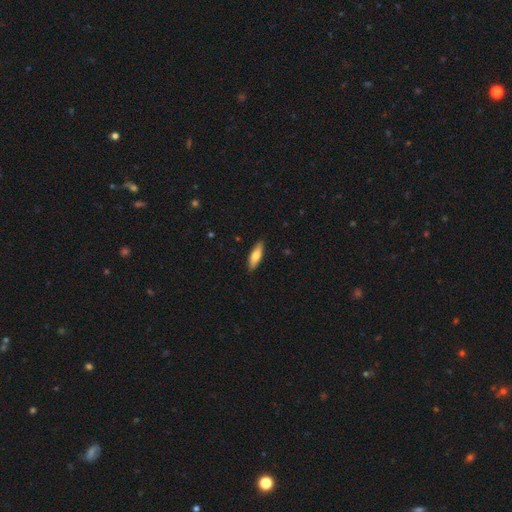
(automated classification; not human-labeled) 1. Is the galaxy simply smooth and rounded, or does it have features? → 70% smooth, 24% featured or disk, 6% star or artifact.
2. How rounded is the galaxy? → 56% cigar-shaped, 42% in between, 2% round.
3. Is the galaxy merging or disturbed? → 89% none, 9% minor disturbance, 2% major disturbance, 1% merger.